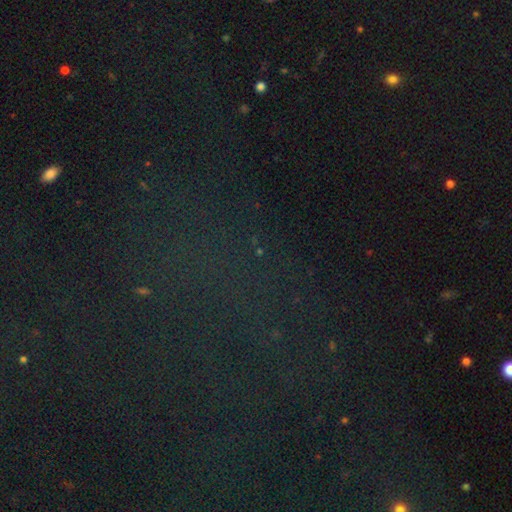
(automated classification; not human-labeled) The model was most divided on "smooth or featured": star or artifact: 74%, smooth: 16%, featured or disk: 10%.